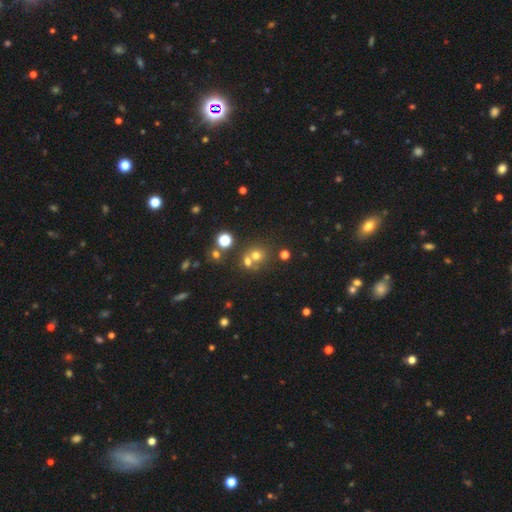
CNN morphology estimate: Smooth or featured? smooth (63%)
How rounded? round (81%)
Merging? none (48%)